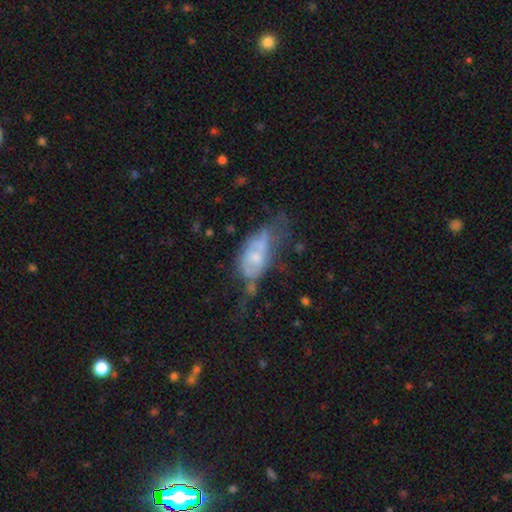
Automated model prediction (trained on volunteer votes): Smooth or featured? featured or disk (51%)
Edge-on disk? no (89%)
Merging? major disturbance (40%)